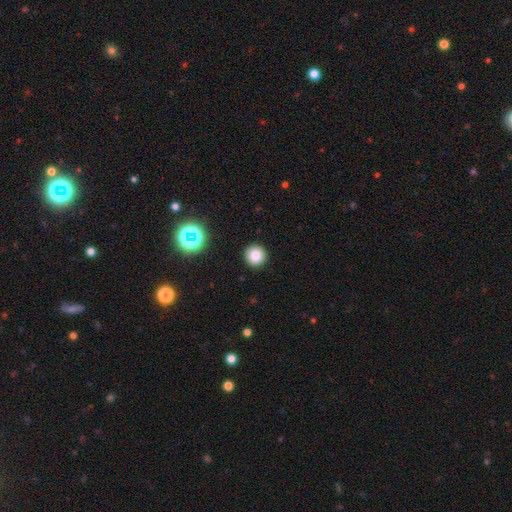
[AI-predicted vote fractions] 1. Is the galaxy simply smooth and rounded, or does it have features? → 80% smooth, 14% star or artifact, 6% featured or disk.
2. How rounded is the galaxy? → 94% round, 5% in between, 1% cigar-shaped.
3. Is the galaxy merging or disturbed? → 92% none, 5% minor disturbance, 2% major disturbance, 1% merger.